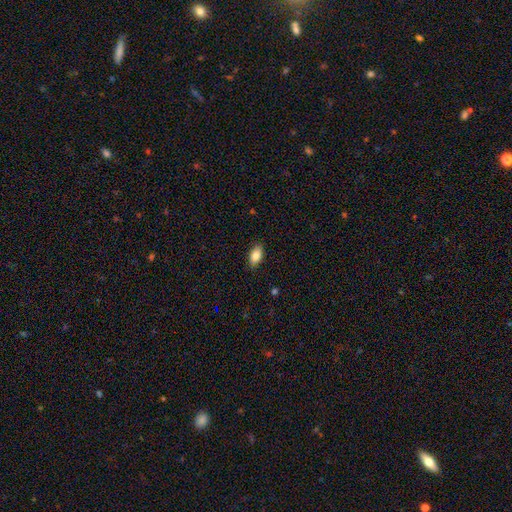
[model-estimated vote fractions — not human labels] A smooth galaxy with no disk features (86%) that is in between round and cigar-shaped (91%). Merging: none (88%).